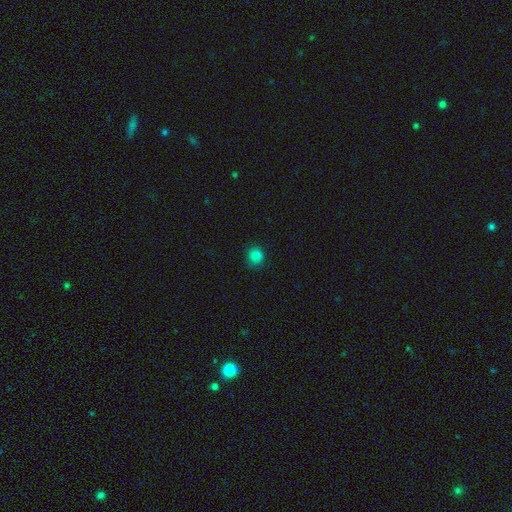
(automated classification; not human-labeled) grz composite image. It shows a smooth galaxy with no disk features (83%) that is round (82%). Merging: none (82%).